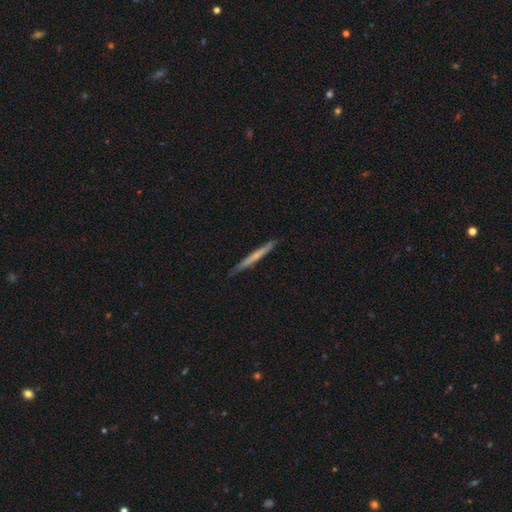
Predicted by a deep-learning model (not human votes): Overall: smooth (51%; featured or disk 43%). How rounded: cigar-shaped (97%). Merging: none (89%).